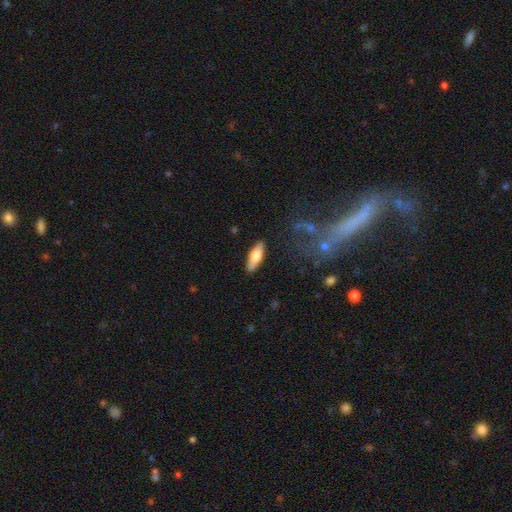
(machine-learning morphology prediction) The model was most divided on "how rounded": in between: 59%, cigar-shaped: 39%, round: 2%. More confident: merging — none (88%); smooth or featured — smooth (68%).